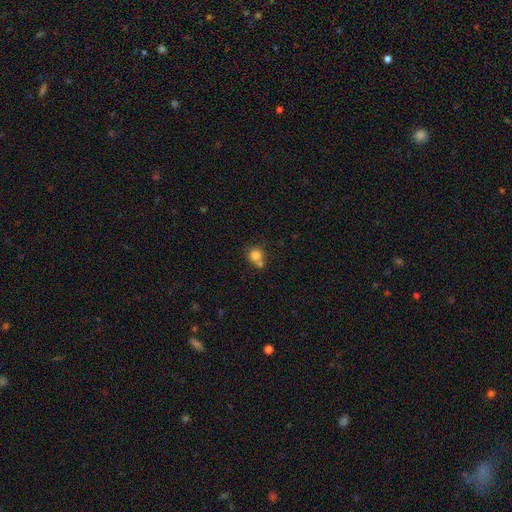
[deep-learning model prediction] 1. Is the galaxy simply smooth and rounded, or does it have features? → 81% smooth, 11% star or artifact, 8% featured or disk.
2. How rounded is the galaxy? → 85% round, 14% in between, 1% cigar-shaped.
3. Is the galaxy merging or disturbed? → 50% none, 33% merger, 12% minor disturbance, 5% major disturbance.